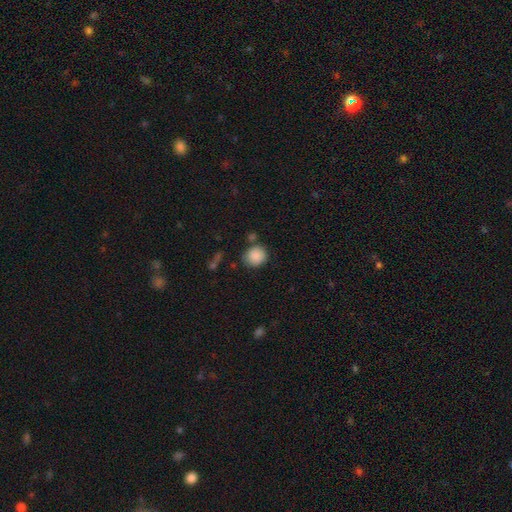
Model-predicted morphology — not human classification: Smooth or featured: smooth — 88% (star or artifact — 8%)
How rounded: round — 80% (in between — 19%)
Merging: none — 74% (minor disturbance — 14%)